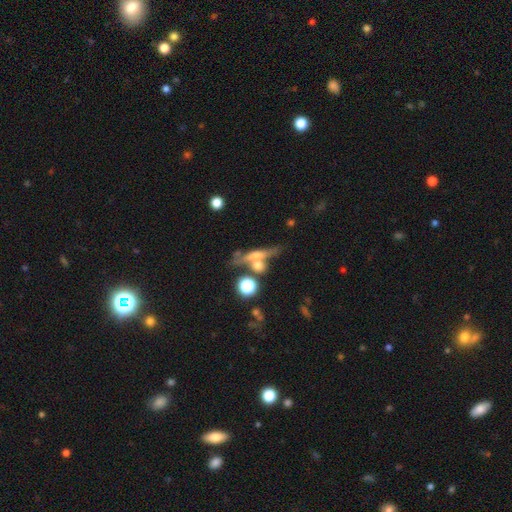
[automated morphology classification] A featured or disk galaxy (52%) viewed edge-on (83%). Merging: none (55%).